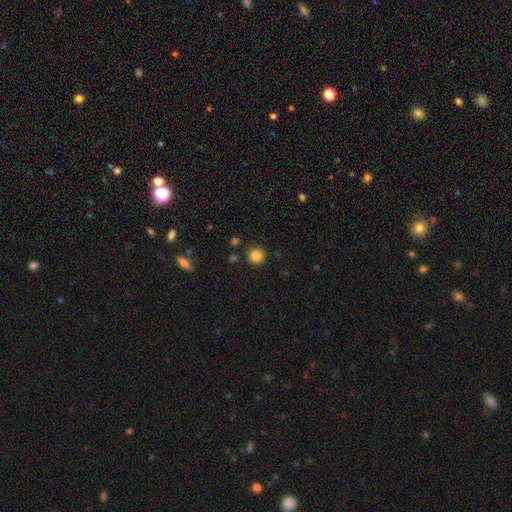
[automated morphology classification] type=smooth (85%); roundness=round (93%); merging=none (89%).